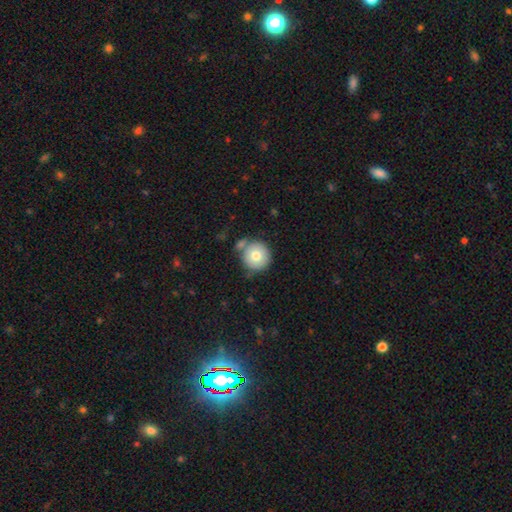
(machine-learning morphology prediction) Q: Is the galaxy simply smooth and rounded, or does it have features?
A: smooth — 76%.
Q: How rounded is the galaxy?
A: round — 94%.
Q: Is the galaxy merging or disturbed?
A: none — 69%.